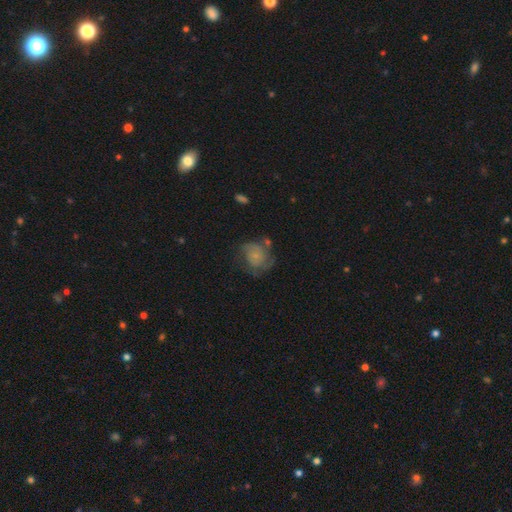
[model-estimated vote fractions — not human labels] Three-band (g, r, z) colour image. It shows a featured or disk galaxy (52%) with no bar (79%), spiral arms (79%) and a small central bulge (61%). Merging: none (48%).